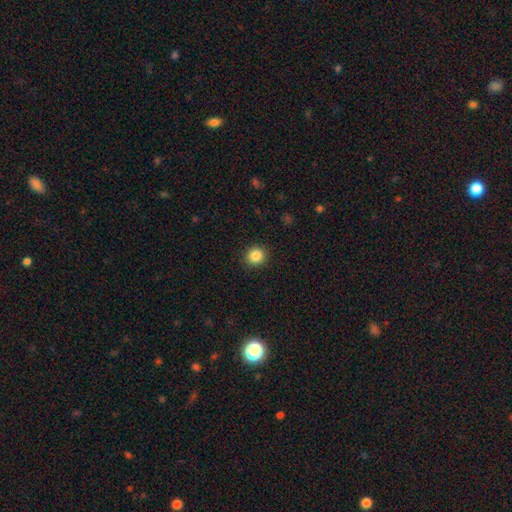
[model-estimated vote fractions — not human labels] A smooth galaxy with no disk features (86%) that is round (88%). Merging: none (91%).